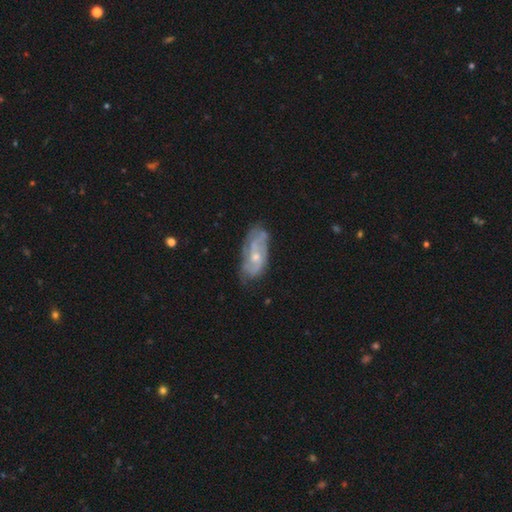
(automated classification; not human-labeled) Smooth or featured? Predicted: featured or disk (p=0.73). Edge-on disk? Predicted: no (p=0.93). Bar? Predicted: no (p=0.64). Spiral arms? Predicted: yes (p=0.83). Spiral winding? Predicted: medium (p=0.41). Spiral arm count? Predicted: 2 (p=0.40). Bulge size? Predicted: small (p=0.53). Merging? Predicted: none (p=0.63).